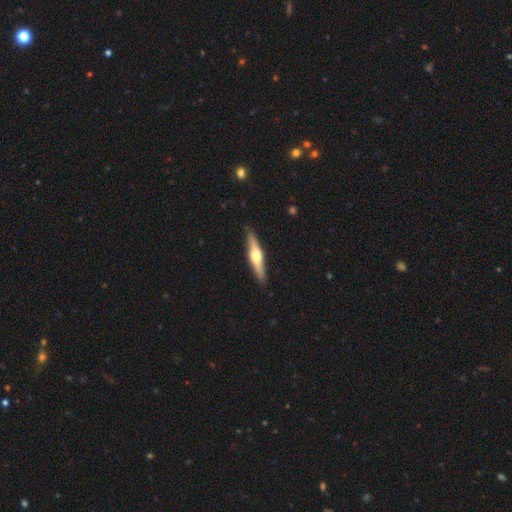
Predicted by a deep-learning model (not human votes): smooth-or-featured: featured or disk: 62% | smooth: 33% | star or artifact: 5%
  disk-edge-on: yes: 96% | no: 4%
    edge-on-bulge: rounded: 94% | boxy: 3% | none: 3%
  merging: none: 89% | minor disturbance: 8% | major disturbance: 2% | merger: 1%